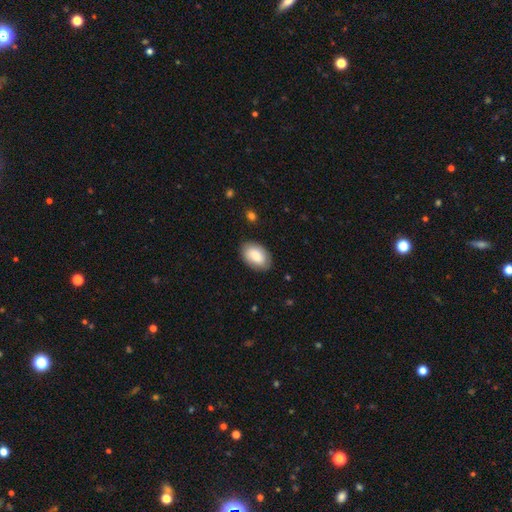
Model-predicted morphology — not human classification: Q: Smooth or featured?
A: smooth (83%); runner-up: featured or disk (11%)
Q: How rounded?
A: in between (92%); runner-up: round (7%)
Q: Merging?
A: none (85%); runner-up: minor disturbance (11%)